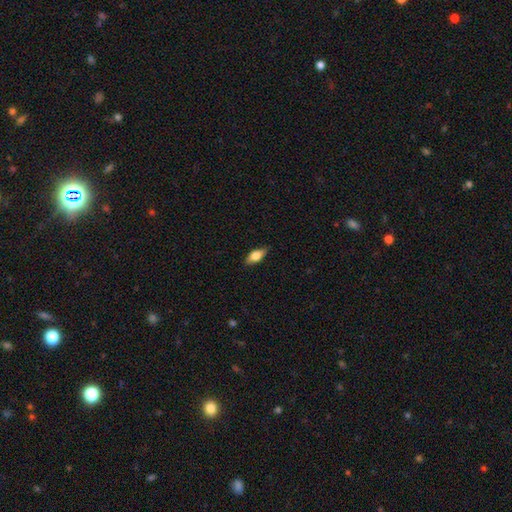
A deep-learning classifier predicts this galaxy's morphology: smooth-or-featured: smooth: 72% | featured or disk: 21% | star or artifact: 7%
  how-rounded: in between: 83% | cigar-shaped: 13% | round: 3%
  merging: none: 85% | minor disturbance: 11% | major disturbance: 2% | merger: 1%